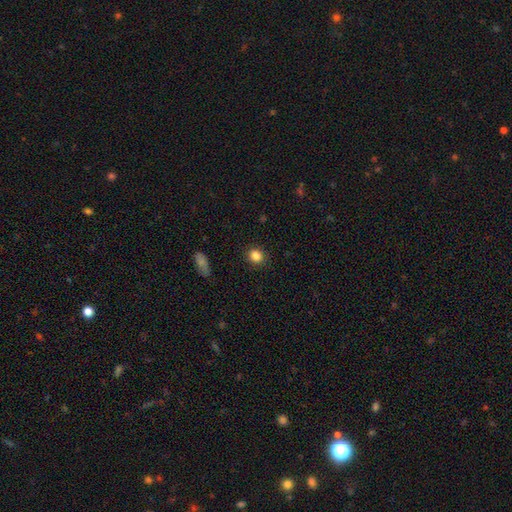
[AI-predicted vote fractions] Overall: smooth (85%). How rounded: round (78%). Merging: none (90%).